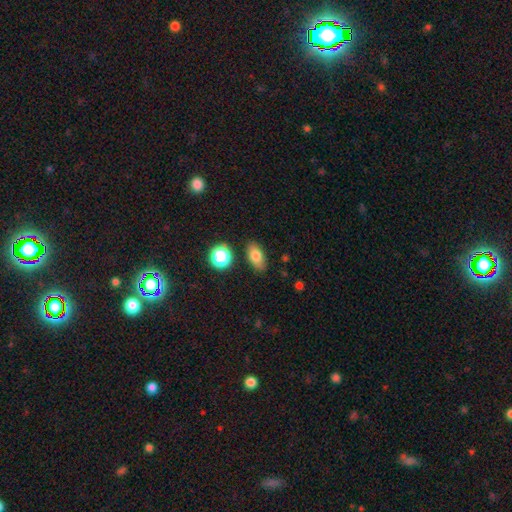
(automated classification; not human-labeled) Smooth or featured? Predicted: smooth (p=0.79). How rounded? Predicted: in between (p=0.85). Merging? Predicted: none (p=0.84).